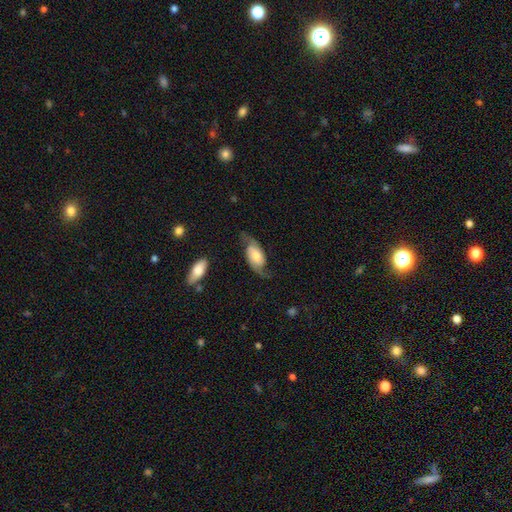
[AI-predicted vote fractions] This appears to be a featured or disk galaxy (69%) with no bar (52%), 2 (90%) loose (50%) spiral arms (93%) and a moderate central bulge (44%). Merging: none (64%).